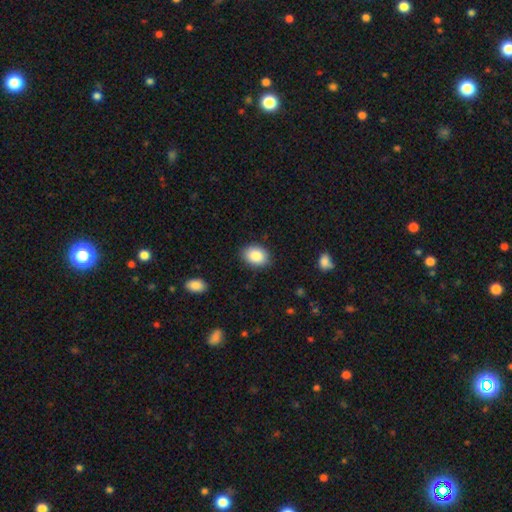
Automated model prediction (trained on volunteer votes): smooth_or_featured: smooth (p=0.87) [alt: star or artifact p=0.07]
how_rounded: in between (p=0.72) [alt: round p=0.27]
merging: none (p=0.87) [alt: minor disturbance p=0.10]